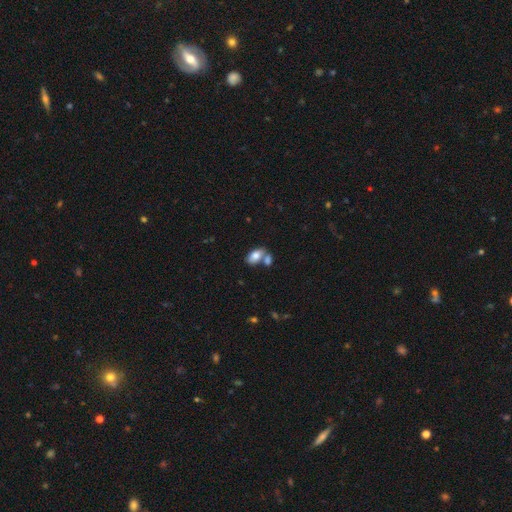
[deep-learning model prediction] Q: Smooth or featured?
A: smooth (80%); runner-up: featured or disk (13%)
Q: How rounded?
A: in between (92%); runner-up: round (6%)
Q: Merging?
A: none (44%); runner-up: merger (41%)